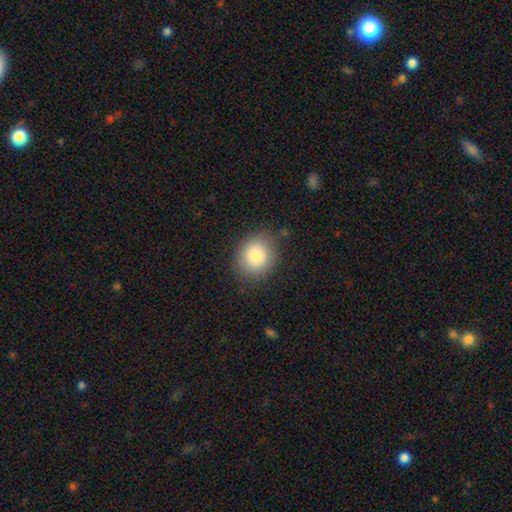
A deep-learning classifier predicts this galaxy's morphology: Smooth or featured: smooth — 82% (star or artifact — 9%)
How rounded: round — 70% (in between — 29%)
Merging: none — 85% (minor disturbance — 11%)